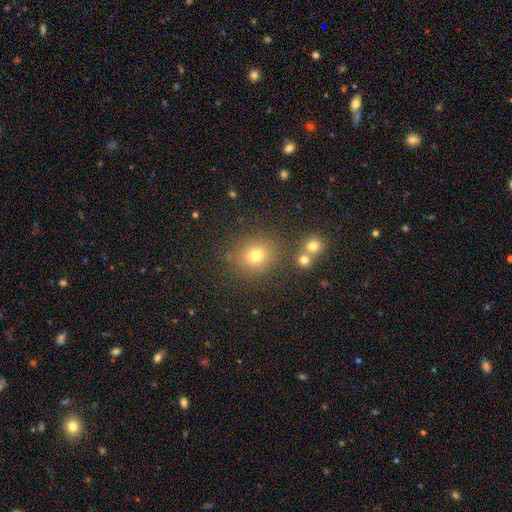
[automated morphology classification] smooth-or-featured: smooth: 72% | star or artifact: 18% | featured or disk: 10%
  how-rounded: round: 75% | in between: 24% | cigar-shaped: 1%
  merging: none: 78% | minor disturbance: 11% | merger: 7% | major disturbance: 4%